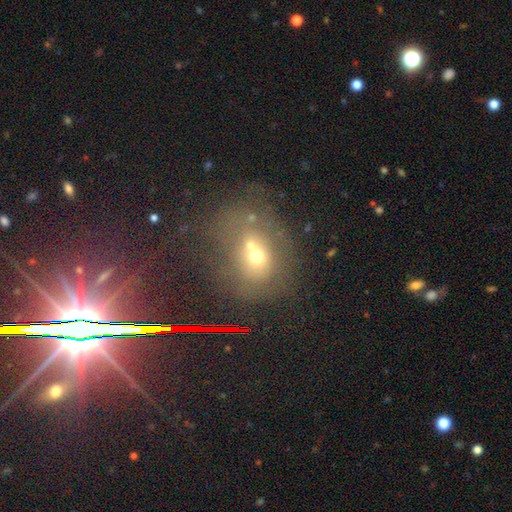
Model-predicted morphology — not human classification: This appears to be a smooth galaxy with no disk features (50%). Merging: merger (46%).